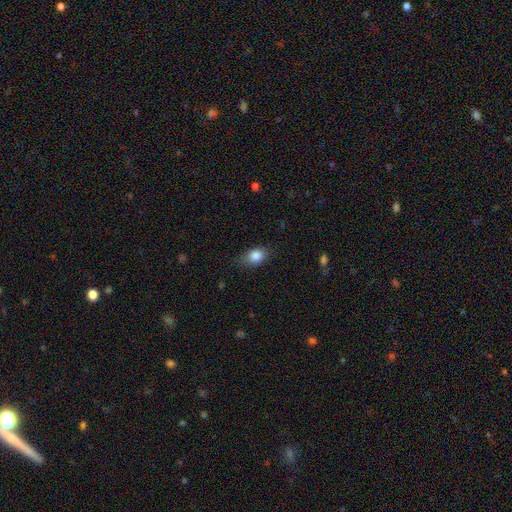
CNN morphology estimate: Smooth or featured? smooth (85%)
How rounded? in between (74%)
Merging? none (73%)